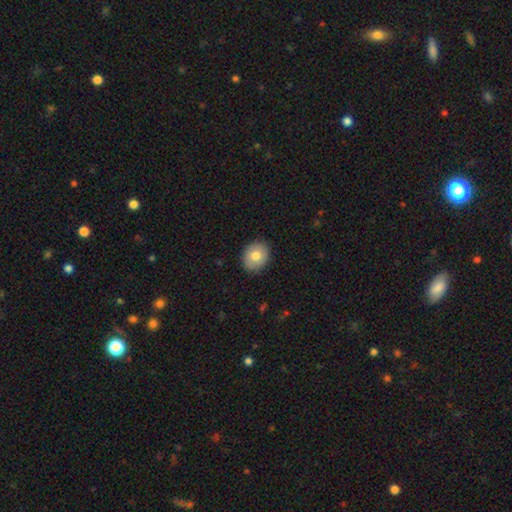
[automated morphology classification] smooth-or-featured: smooth: 78% | featured or disk: 14% | star or artifact: 8%
  how-rounded: round: 58% | in between: 41% | cigar-shaped: 1%
  merging: none: 88% | minor disturbance: 9% | major disturbance: 2% | merger: 1%